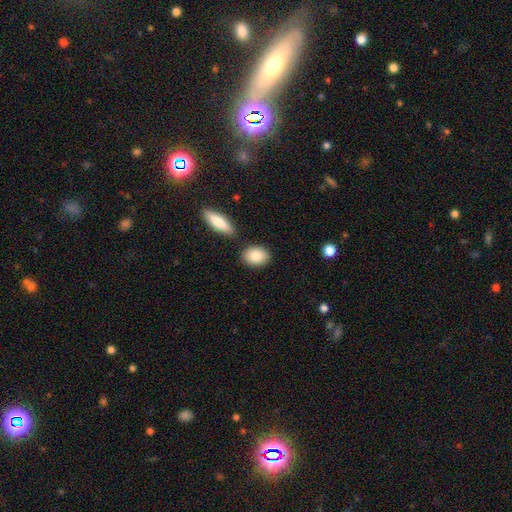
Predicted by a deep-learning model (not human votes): smooth-or-featured: smooth: 85% | featured or disk: 9% | star or artifact: 6%
  how-rounded: in between: 76% | round: 22% | cigar-shaped: 2%
  merging: none: 80% | minor disturbance: 10% | merger: 8% | major disturbance: 2%